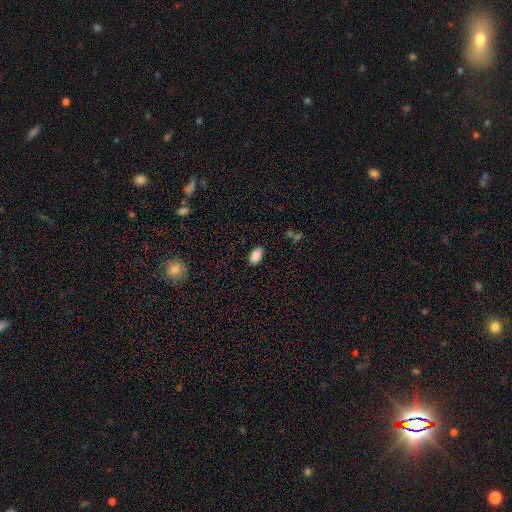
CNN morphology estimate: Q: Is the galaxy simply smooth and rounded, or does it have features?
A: smooth — 87%.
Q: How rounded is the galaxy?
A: in between — 93%.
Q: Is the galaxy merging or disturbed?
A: none — 85%.